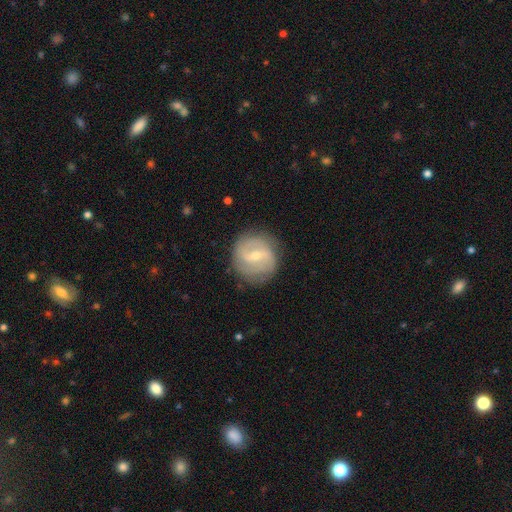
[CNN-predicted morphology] Smooth or featured: featured or disk — 75% (smooth — 19%)
Edge-on disk: no — 97% (yes — 3%)
Bar: weak — 54% (strong — 29%)
Spiral arms: yes — 88% (no — 12%)
Spiral winding: medium — 44% (tight — 30%)
Spiral arm count: 2 — 73% (can't tell — 14%)
Bulge size: small — 57% (moderate — 39%)
Merging: none — 81% (minor disturbance — 13%)